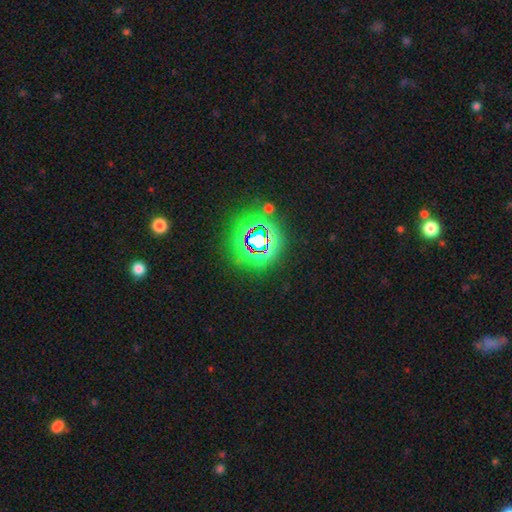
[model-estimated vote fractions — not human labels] Q: Smooth or featured?
A: star or artifact (82%); runner-up: smooth (11%)